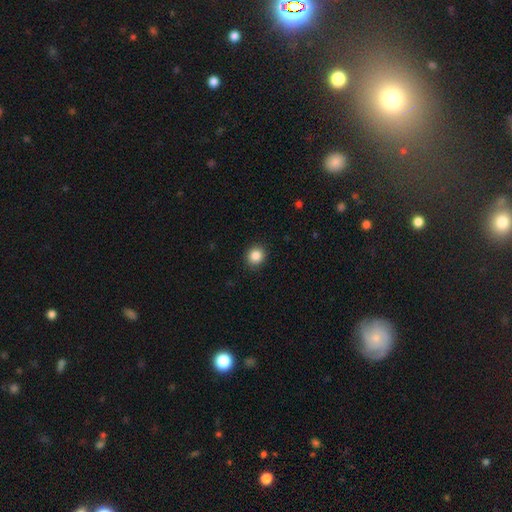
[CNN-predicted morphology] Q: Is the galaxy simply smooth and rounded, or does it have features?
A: smooth — 86%.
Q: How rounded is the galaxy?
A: round — 84%.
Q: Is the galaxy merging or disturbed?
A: none — 91%.